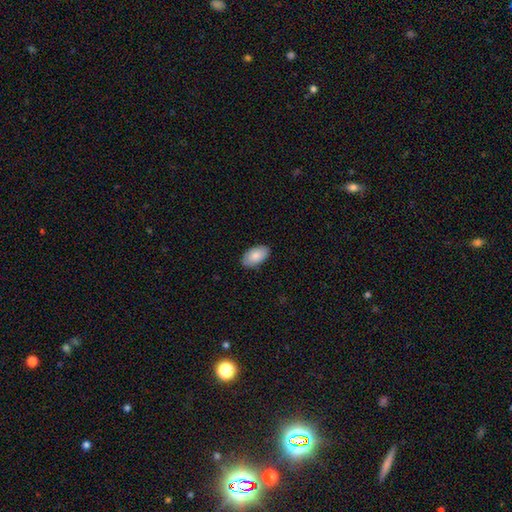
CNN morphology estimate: The model was most divided on "merging": none: 87%, minor disturbance: 10%, major disturbance: 2%, merger: 1%. More confident: how rounded — in between (95%); smooth or featured — smooth (86%).